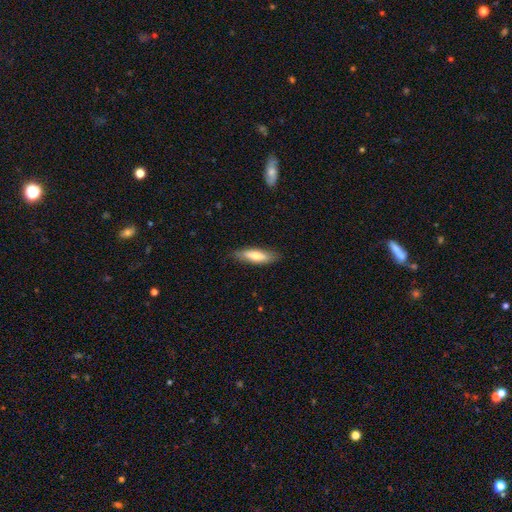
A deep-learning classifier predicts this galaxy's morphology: Q: Smooth or featured?
A: smooth (67%); runner-up: featured or disk (27%)
Q: How rounded?
A: cigar-shaped (57%); runner-up: in between (41%)
Q: Merging?
A: none (83%); runner-up: minor disturbance (13%)